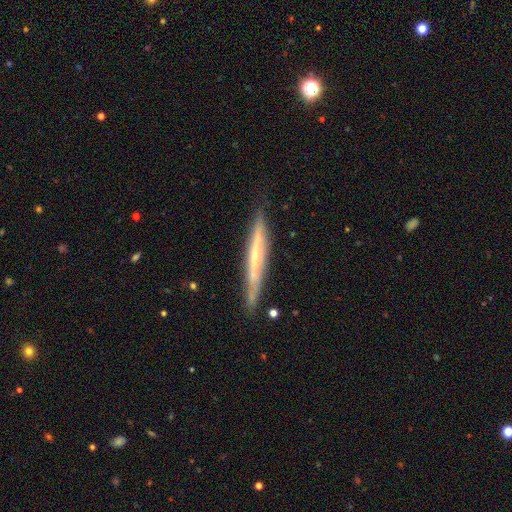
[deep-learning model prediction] Morphology: type=featured or disk (61%); edge-on=yes (92%); edge-on bulge=none (64%); merging=none (81%).